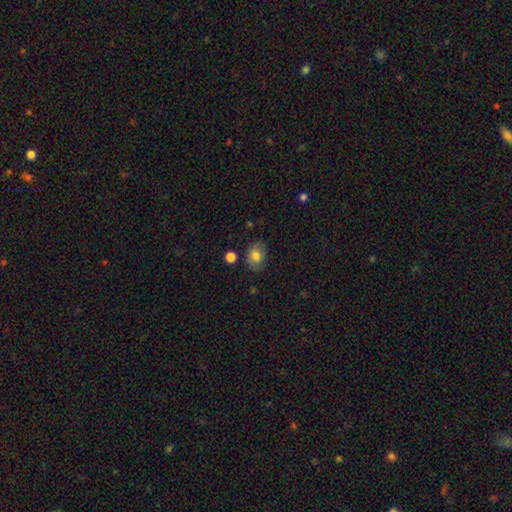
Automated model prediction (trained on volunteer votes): A smooth galaxy with no disk features (78%) that is in between round and cigar-shaped (69%). Merging: none (77%).